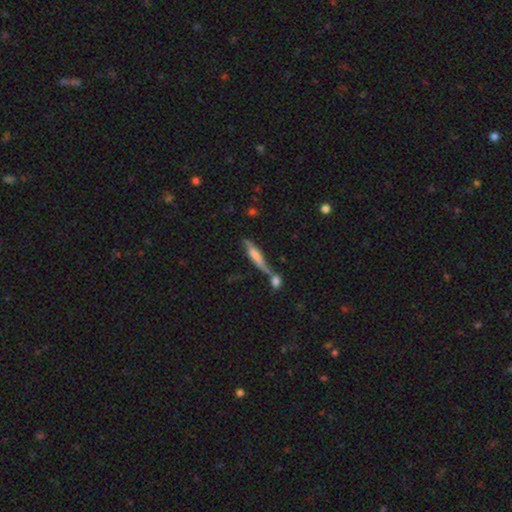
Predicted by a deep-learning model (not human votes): Smooth or featured? Predicted: smooth (p=0.50). Merging? Predicted: merger (p=0.39).